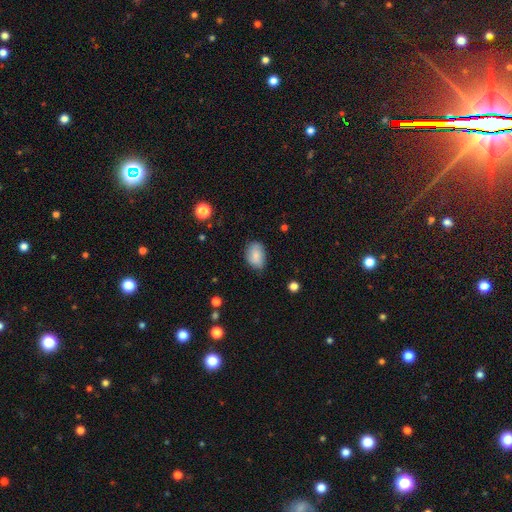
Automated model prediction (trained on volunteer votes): Q: Smooth or featured?
A: smooth (78%); runner-up: featured or disk (14%)
Q: How rounded?
A: in between (85%); runner-up: round (14%)
Q: Merging?
A: none (71%); runner-up: minor disturbance (24%)